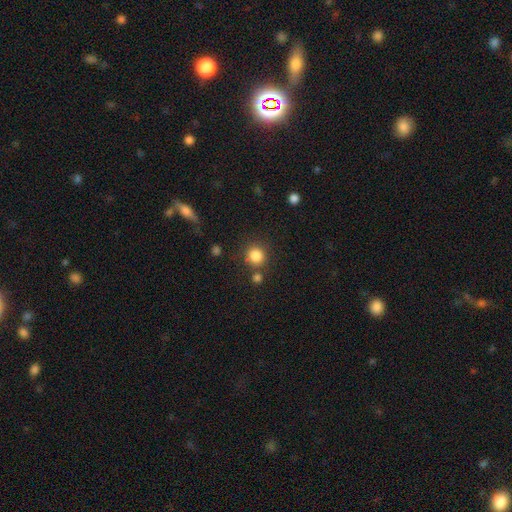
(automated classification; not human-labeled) smooth-or-featured: smooth: 84% | star or artifact: 11% | featured or disk: 5%
  how-rounded: round: 91% | in between: 8% | cigar-shaped: 1%
  merging: none: 77% | merger: 10% | minor disturbance: 9% | major disturbance: 4%